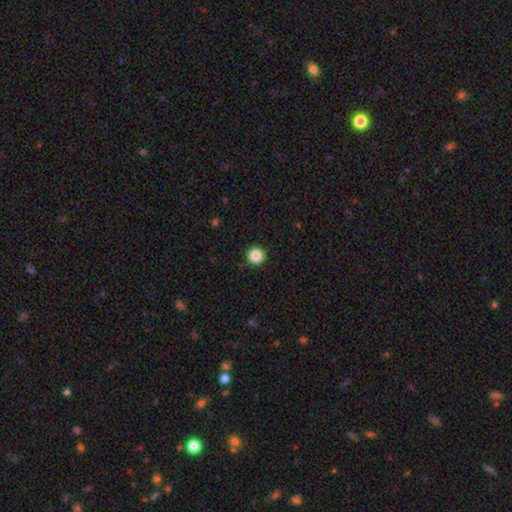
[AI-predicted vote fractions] This is clearly a smooth galaxy (86%). How rounded: clearly round (94%). Merging: clearly none (91%).